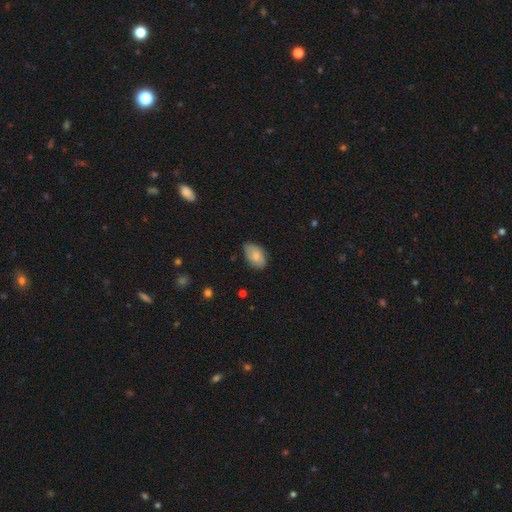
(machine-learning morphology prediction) smooth-or-featured: smooth: 77% | featured or disk: 16% | star or artifact: 7%
  how-rounded: in between: 91% | round: 8% | cigar-shaped: 1%
  merging: none: 69% | minor disturbance: 26% | major disturbance: 4% | merger: 1%